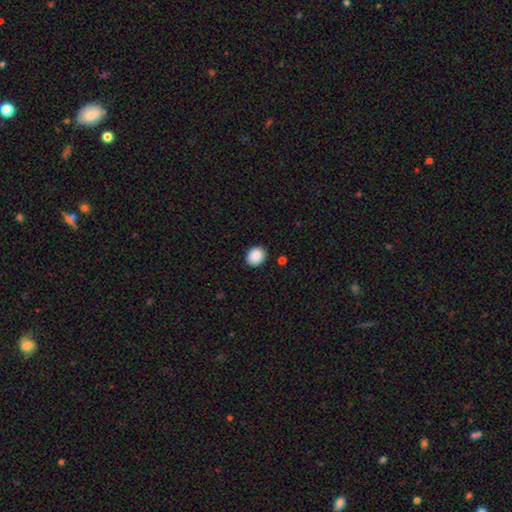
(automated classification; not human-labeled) smooth 89%, star or artifact 8%, featured or disk 3%. Down the decision tree: how rounded — round (74%); merging — none (90%).